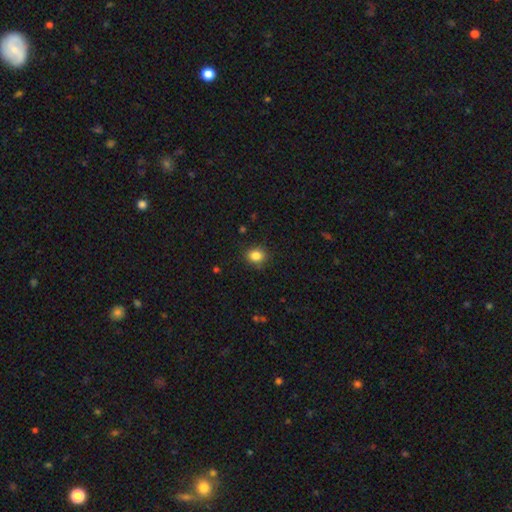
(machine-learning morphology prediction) Smooth or featured? Predicted: smooth (p=0.85). How rounded? Predicted: round (p=0.63). Merging? Predicted: none (p=0.86).